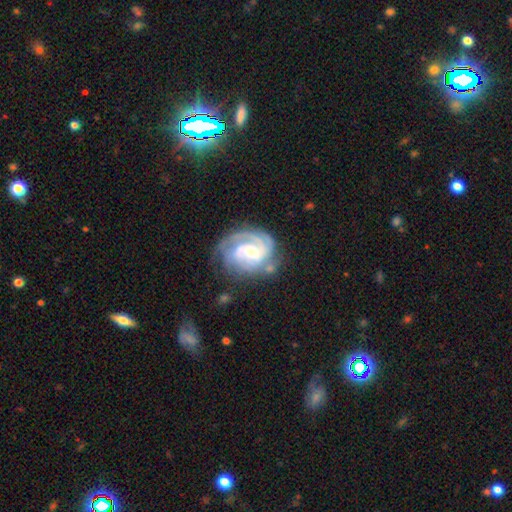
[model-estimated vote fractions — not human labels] Smooth or featured? featured or disk (88%)
Edge-on disk? no (98%)
Bar? no (48%)
Spiral arms? yes (96%)
Spiral winding? tight (58%)
Spiral arm count? 2 (39%)
Bulge size? moderate (54%)
Merging? none (61%)